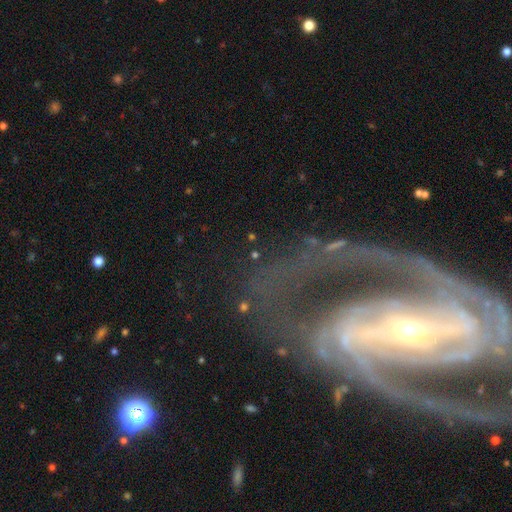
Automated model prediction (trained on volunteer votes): Overall: featured or disk (47%; star or artifact 30%). Merging: none (51%; major disturbance 21%).